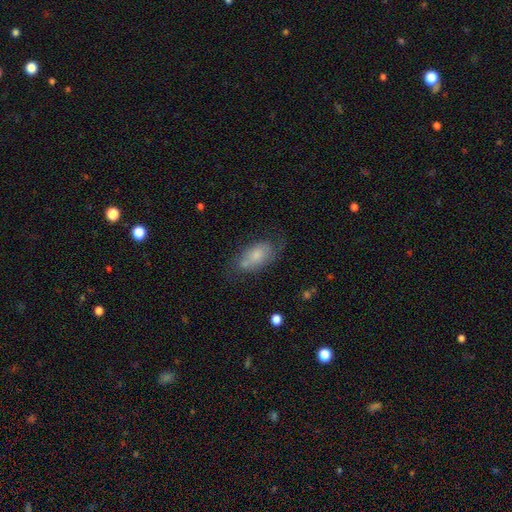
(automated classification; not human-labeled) smooth 63%, featured or disk 29%, star or artifact 8%. Down the decision tree: how rounded — in between (88%); merging — none (49%).